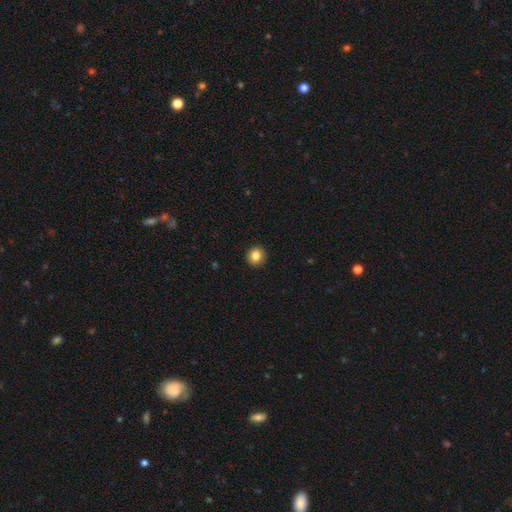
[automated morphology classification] type=smooth (83%); roundness=round (91%); merging=none (93%).